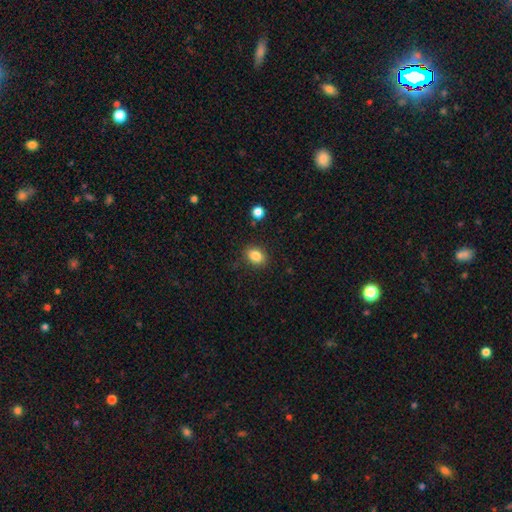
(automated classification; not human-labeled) A smooth galaxy with no disk features (85%) that is in between round and cigar-shaped (68%).

Vote fractions:
- Smooth or featured? smooth: 85% / star or artifact: 10% / featured or disk: 5%
- How rounded? in between: 68% / round: 30% / cigar-shaped: 1%
- Merging? none: 85% / minor disturbance: 10% / major disturbance: 3% / merger: 2%